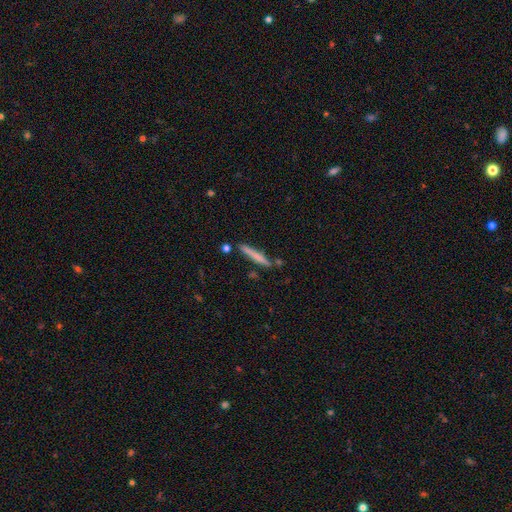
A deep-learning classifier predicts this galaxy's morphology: Smooth or featured?
  - smooth: 65% *
  - featured or disk: 29%
  - star or artifact: 6%
How rounded?
  - cigar-shaped: 95% *
  - in between: 3%
  - round: 1%
Merging?
  - none: 82% *
  - minor disturbance: 10%
  - merger: 5%
  - major disturbance: 2%